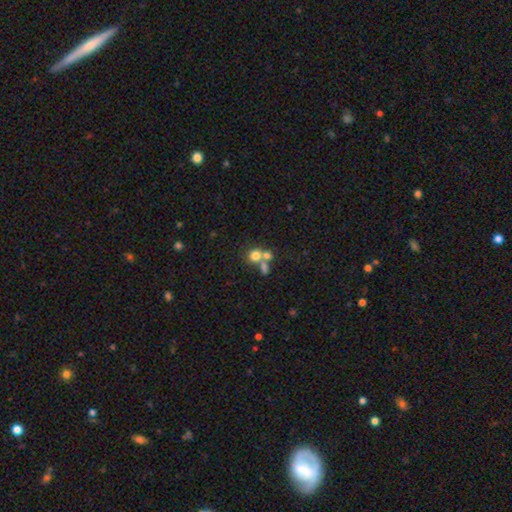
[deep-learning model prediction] Q: Smooth or featured?
A: smooth (71%); runner-up: featured or disk (16%)
Q: How rounded?
A: round (79%); runner-up: in between (20%)
Q: Merging?
A: merger (51%); runner-up: none (37%)